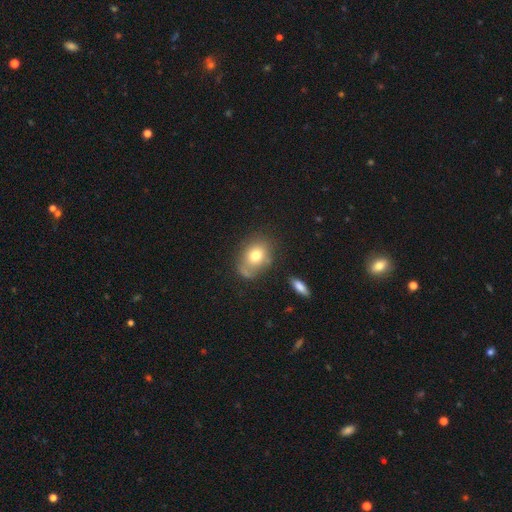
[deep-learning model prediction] Overall: smooth (74%). How rounded: in between (63%; round 36%). Merging: none (56%; minor disturbance 24%).